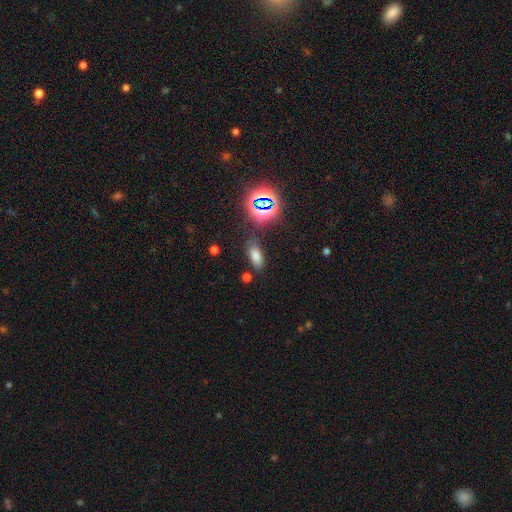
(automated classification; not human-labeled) Q: Smooth or featured?
A: smooth (68%); runner-up: star or artifact (23%)
Q: How rounded?
A: in between (83%); runner-up: cigar-shaped (12%)
Q: Merging?
A: none (76%); runner-up: minor disturbance (13%)